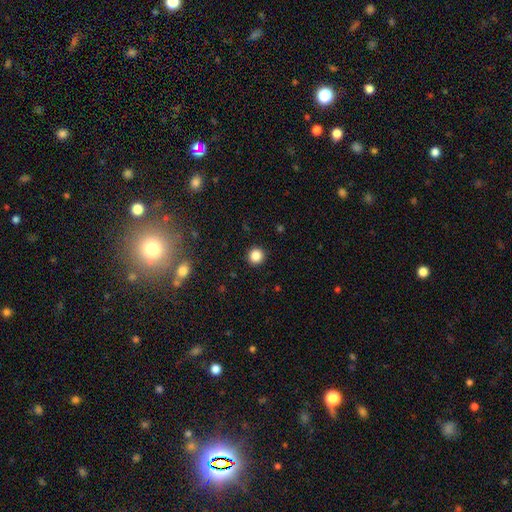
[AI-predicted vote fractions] Smooth or featured?
  - smooth: 86% *
  - star or artifact: 11%
  - featured or disk: 3%
How rounded?
  - round: 93% *
  - in between: 6%
  - cigar-shaped: 1%
Merging?
  - none: 92% *
  - minor disturbance: 5%
  - major disturbance: 2%
  - merger: 1%